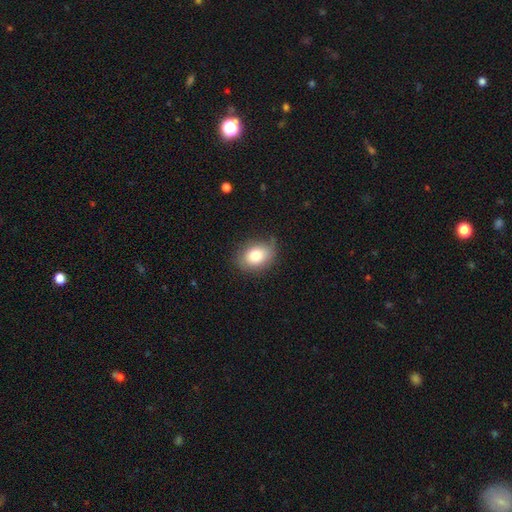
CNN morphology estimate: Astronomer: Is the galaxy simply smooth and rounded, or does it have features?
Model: smooth — 78%.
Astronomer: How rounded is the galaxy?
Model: in between — 67%.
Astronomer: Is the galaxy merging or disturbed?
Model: none — 70%.